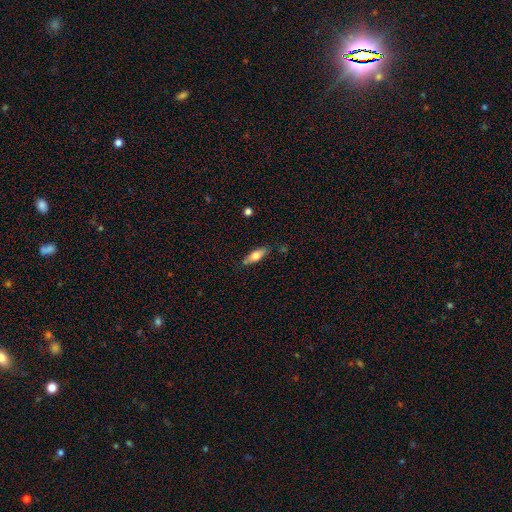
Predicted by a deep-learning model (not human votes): Smooth or featured? smooth (67%)
How rounded? in between (60%)
Merging? none (74%)